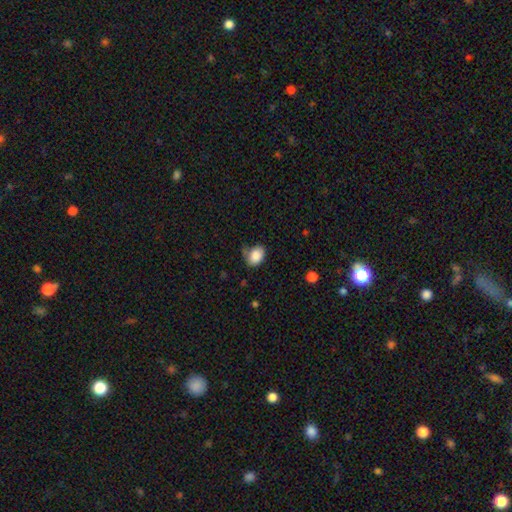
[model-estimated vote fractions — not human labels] Morphology: type=smooth (86%); roundness=in between (70%); merging=none (53%).